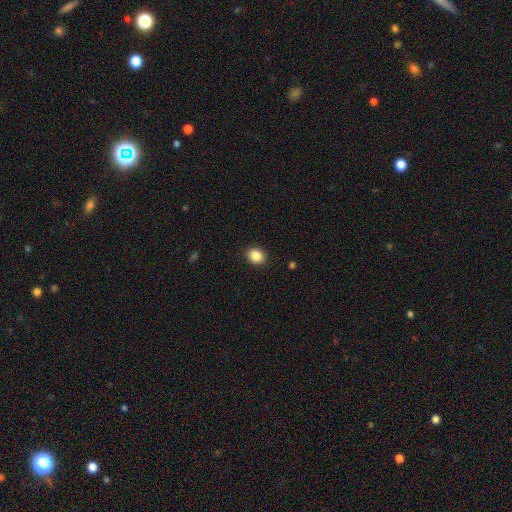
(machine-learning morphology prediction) smooth_or_featured: smooth (p=0.87) [alt: star or artifact p=0.10]
how_rounded: round (p=0.68) [alt: in between p=0.32]
merging: none (p=0.91) [alt: minor disturbance p=0.06]